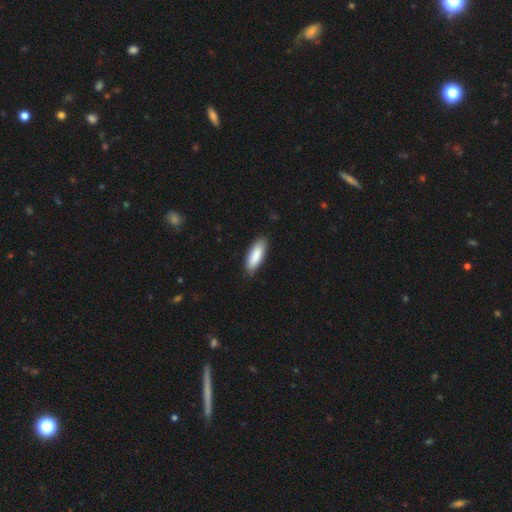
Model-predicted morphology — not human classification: This is clearly a smooth galaxy (88%). How rounded: likely in between (65%). Merging: clearly none (84%).